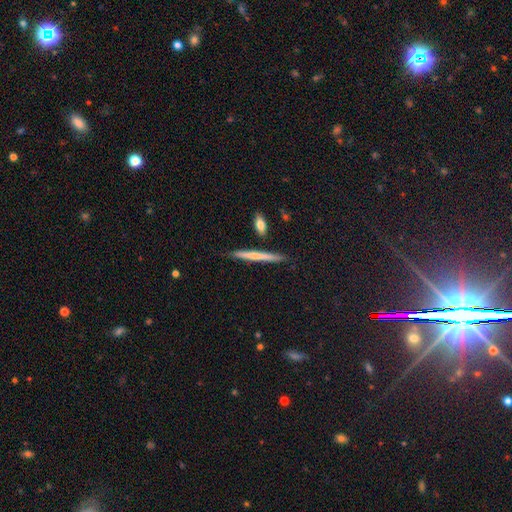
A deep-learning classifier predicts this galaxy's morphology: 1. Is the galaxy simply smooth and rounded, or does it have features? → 57% smooth, 37% featured or disk, 6% star or artifact.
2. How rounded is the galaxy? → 95% cigar-shaped, 3% in between, 2% round.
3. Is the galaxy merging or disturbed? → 84% none, 10% minor disturbance, 4% merger, 2% major disturbance.